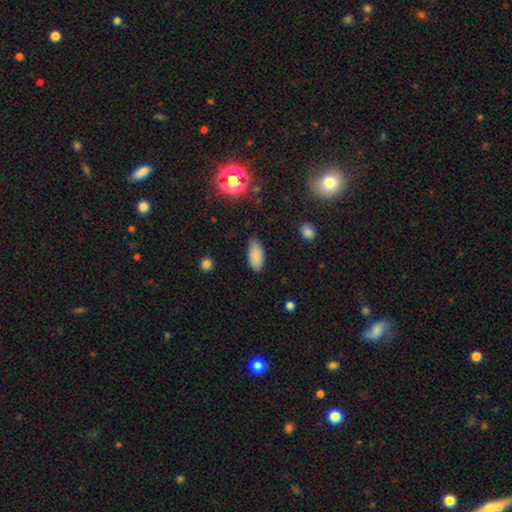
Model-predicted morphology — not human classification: smooth-or-featured: smooth: 86% | star or artifact: 9% | featured or disk: 5%
  how-rounded: in between: 91% | cigar-shaped: 6% | round: 2%
  merging: none: 76% | minor disturbance: 19% | major disturbance: 3% | merger: 1%